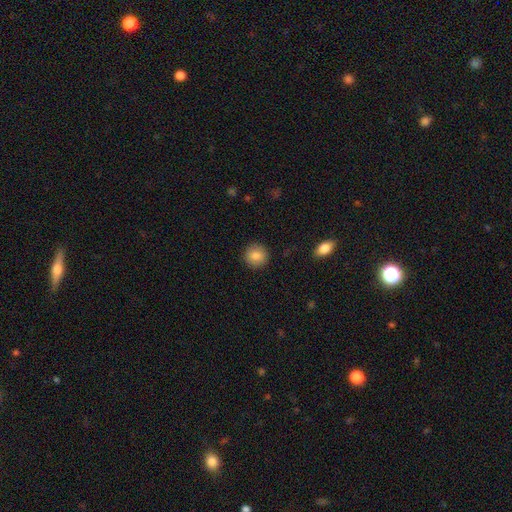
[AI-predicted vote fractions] Q: Smooth or featured?
A: smooth (85%); runner-up: star or artifact (8%)
Q: How rounded?
A: round (93%); runner-up: in between (6%)
Q: Merging?
A: none (91%); runner-up: minor disturbance (6%)